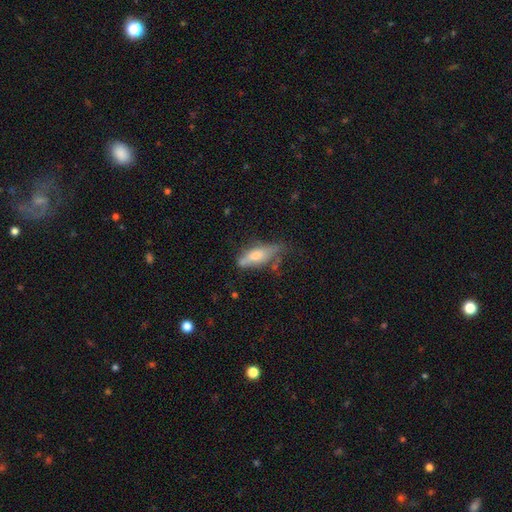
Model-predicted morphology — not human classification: Overall: smooth (56%; featured or disk 36%). How rounded: in between (56%; cigar-shaped 41%). Merging: none (41%; minor disturbance 33%).